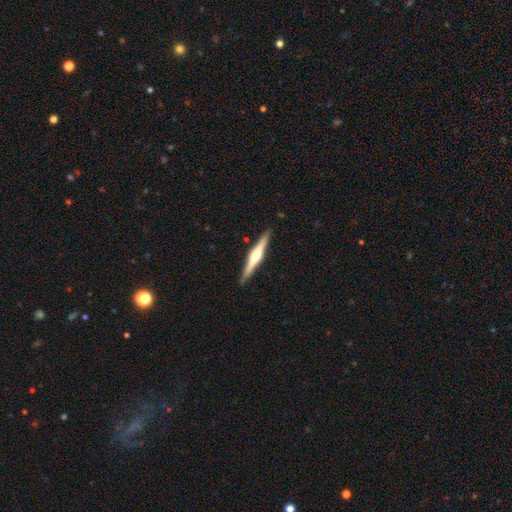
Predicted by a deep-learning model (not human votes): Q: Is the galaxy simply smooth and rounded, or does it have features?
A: featured or disk — 71%.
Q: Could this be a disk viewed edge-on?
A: yes — 98%.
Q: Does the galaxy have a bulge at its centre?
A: rounded — 88%.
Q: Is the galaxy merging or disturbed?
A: none — 90%.